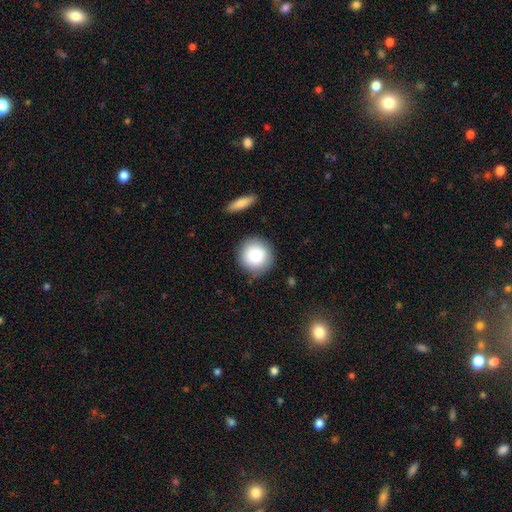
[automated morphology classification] The model was most divided on "merging": none: 84%, minor disturbance: 11%, major disturbance: 3%, merger: 2%. More confident: how rounded — round (93%); smooth or featured — smooth (85%).